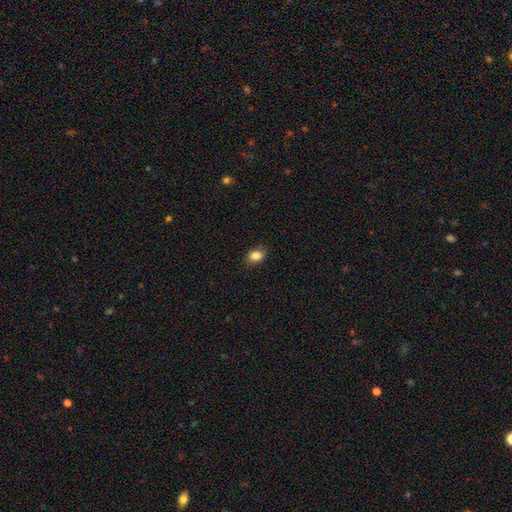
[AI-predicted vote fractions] Overall: smooth (85%). How rounded: in between (70%). Merging: none (87%).